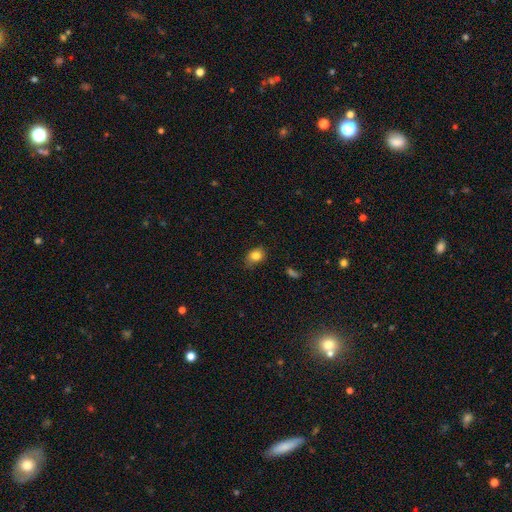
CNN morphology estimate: Q: Smooth or featured?
A: smooth (82%); runner-up: star or artifact (10%)
Q: How rounded?
A: in between (59%); runner-up: round (40%)
Q: Merging?
A: none (71%); runner-up: minor disturbance (23%)